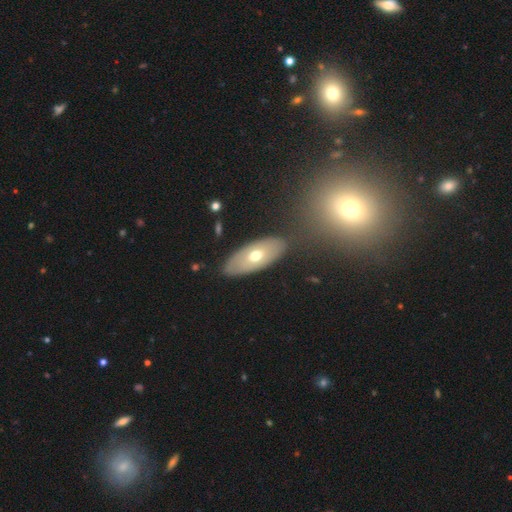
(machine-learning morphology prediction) Smooth or featured: smooth — 50% (featured or disk — 44%)
Merging: none — 84% (minor disturbance — 11%)